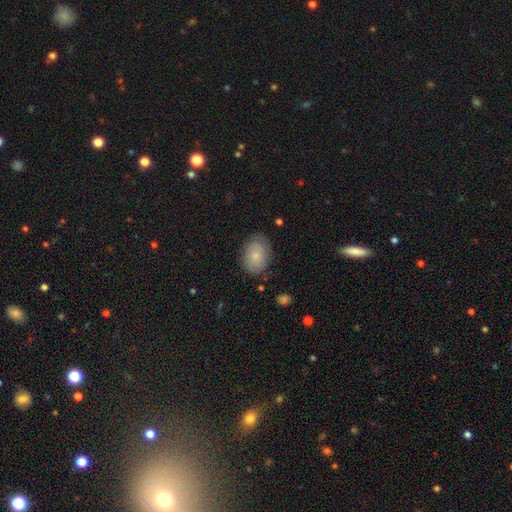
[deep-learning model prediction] This is likely a smooth galaxy (79%). How rounded: likely in between (76%). Merging: likely none (78%).